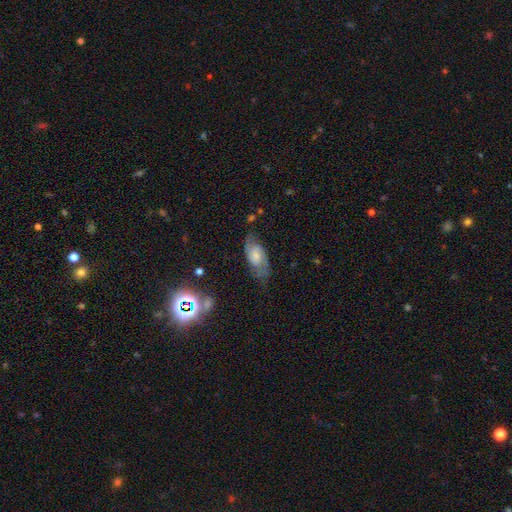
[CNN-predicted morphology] This is likely a featured or disk galaxy (60%). It is clearly not viewed edge-on (93%). Bar: possibly no (50%). Spiral arm pattern: clearly yes (89%). Central bulge: marginally small (38%). Merging: likely none (64%).